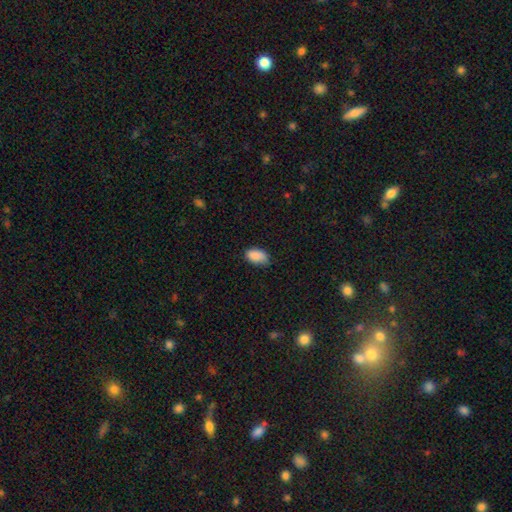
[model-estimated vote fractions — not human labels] A smooth galaxy with no disk features (88%) that is in between round and cigar-shaped (92%).

Vote fractions:
- Smooth or featured? smooth: 88% / star or artifact: 8% / featured or disk: 5%
- How rounded? in between: 92% / round: 6% / cigar-shaped: 2%
- Merging? none: 66% / minor disturbance: 28% / major disturbance: 5% / merger: 1%